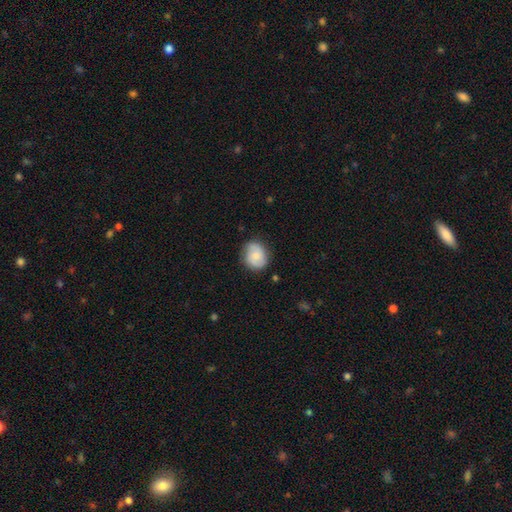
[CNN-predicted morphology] A smooth galaxy with no disk features (54%) that is round (65%). Merging: none (78%).